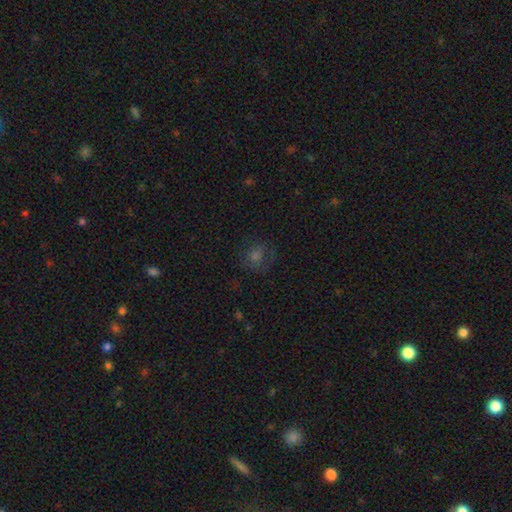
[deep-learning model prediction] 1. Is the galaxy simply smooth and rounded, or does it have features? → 53% smooth, 27% star or artifact, 20% featured or disk.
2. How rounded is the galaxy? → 79% round, 20% in between, 1% cigar-shaped.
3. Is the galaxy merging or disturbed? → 72% none, 16% minor disturbance, 11% major disturbance, 2% merger.